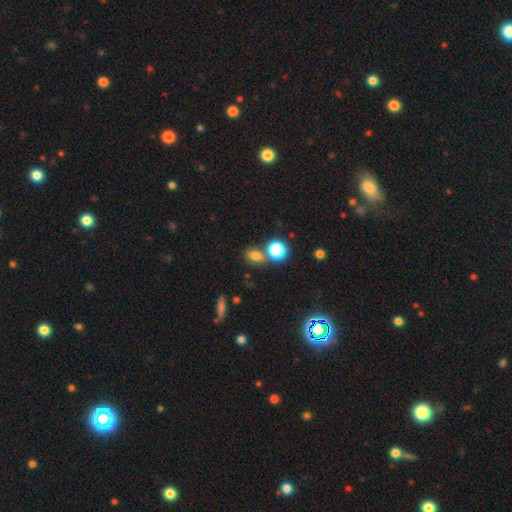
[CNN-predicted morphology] smooth-or-featured: smooth: 75% | star or artifact: 17% | featured or disk: 8%
  how-rounded: in between: 57% | round: 40% | cigar-shaped: 3%
  merging: none: 54% | merger: 30% | minor disturbance: 12% | major disturbance: 4%